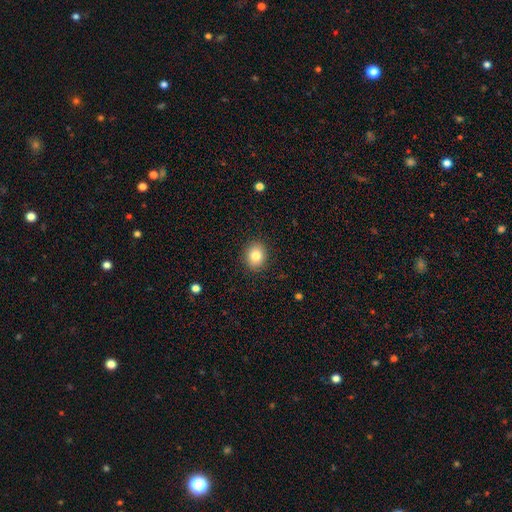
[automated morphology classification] Smooth or featured?
  - smooth: 82% *
  - star or artifact: 9%
  - featured or disk: 8%
How rounded?
  - round: 63% *
  - in between: 36%
  - cigar-shaped: 1%
Merging?
  - none: 90% *
  - minor disturbance: 7%
  - major disturbance: 2%
  - merger: 1%